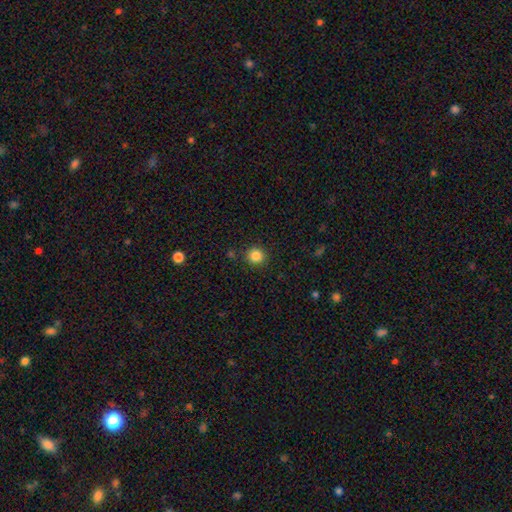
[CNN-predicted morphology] smooth_or_featured: smooth (p=0.85) [alt: star or artifact p=0.11]
how_rounded: round (p=0.93) [alt: in between p=0.06]
merging: none (p=0.90) [alt: minor disturbance p=0.06]